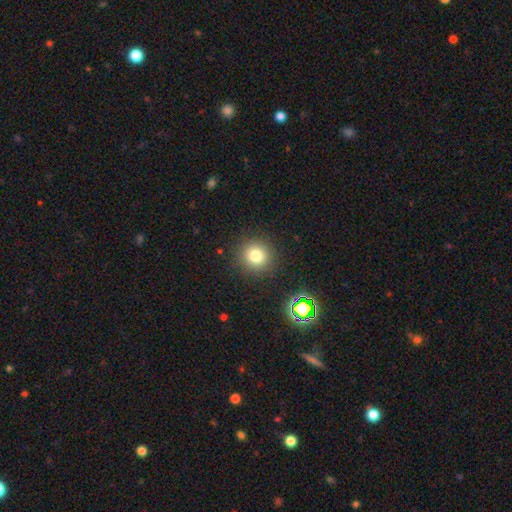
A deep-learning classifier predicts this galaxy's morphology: Overall: smooth (79%). How rounded: round (93%). Merging: none (89%).